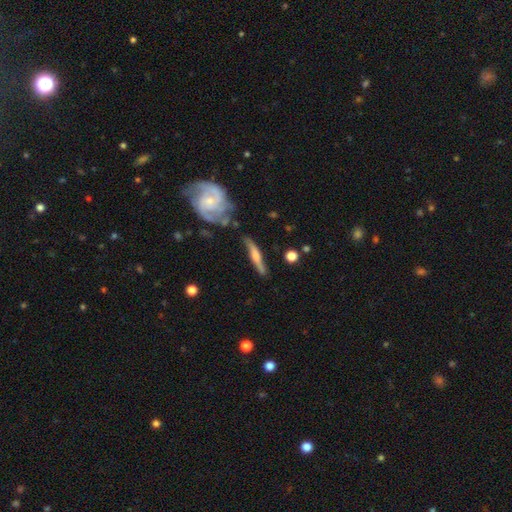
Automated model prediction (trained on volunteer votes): Overall: featured or disk (62%; smooth 31%). Edge-on disk: yes (82%). Edge-on bulge: rounded (66%). Merging: none (69%).